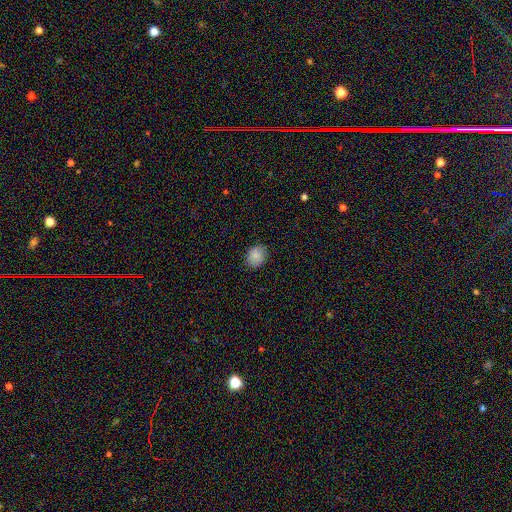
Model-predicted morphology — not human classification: The model was most divided on "how rounded": round: 55%, in between: 44%, cigar-shaped: 1%. More confident: smooth or featured — smooth (85%); merging — none (84%).